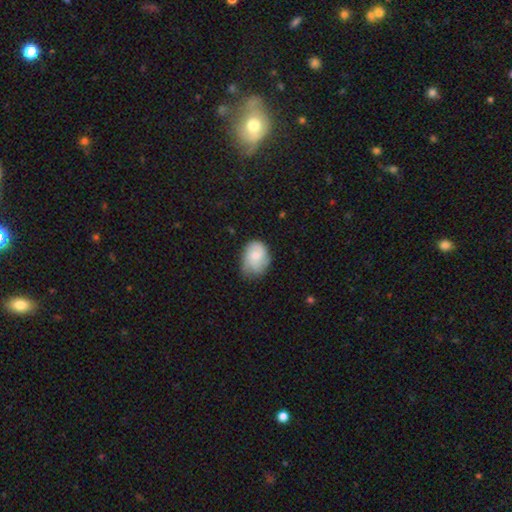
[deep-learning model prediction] smooth 63%, featured or disk 30%, star or artifact 7%. Down the decision tree: how rounded — in between (64%); merging — none (52%).